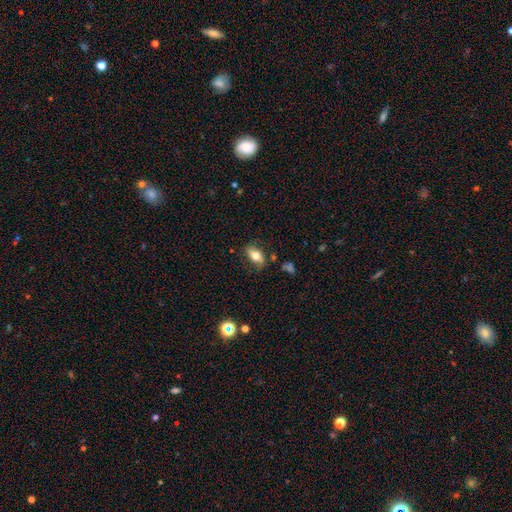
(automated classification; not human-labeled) smooth 69%, featured or disk 23%, star or artifact 8%. Down the decision tree: how rounded — in between (85%); merging — none (75%).